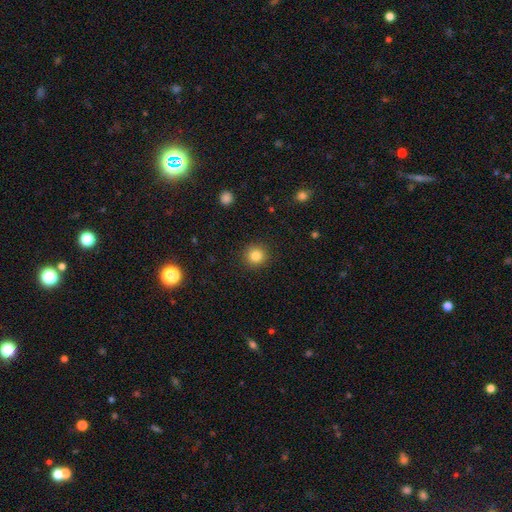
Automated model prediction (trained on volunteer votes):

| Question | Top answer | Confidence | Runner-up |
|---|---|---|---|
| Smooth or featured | smooth | 83% | star or artifact (11%) |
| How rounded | round | 93% | in between (6%) |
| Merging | none | 91% | minor disturbance (6%) |